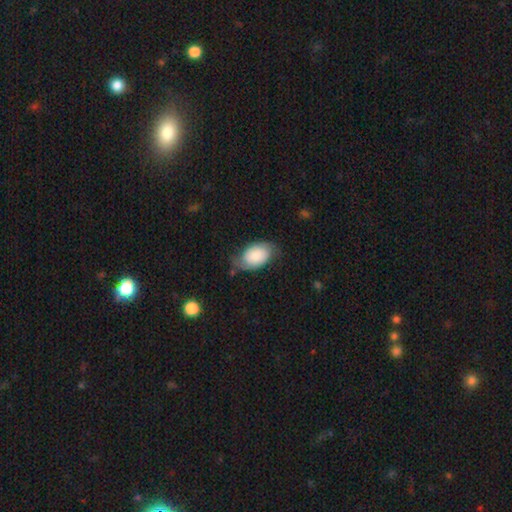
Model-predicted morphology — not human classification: type=smooth (63%); roundness=in between (91%); merging=none (53%).